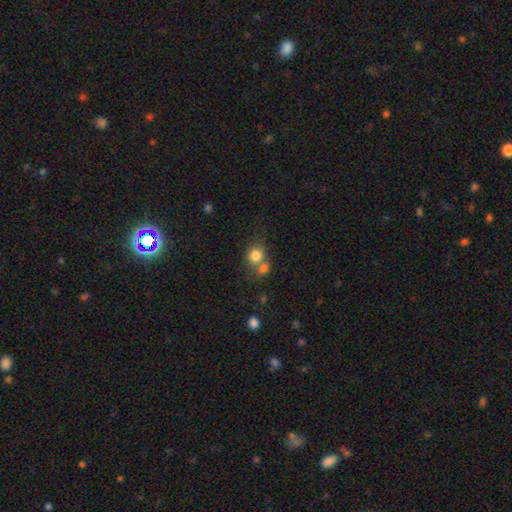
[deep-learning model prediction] This is clearly a smooth galaxy (80%). How rounded: likely round (79%). Merging: marginally none (45%).